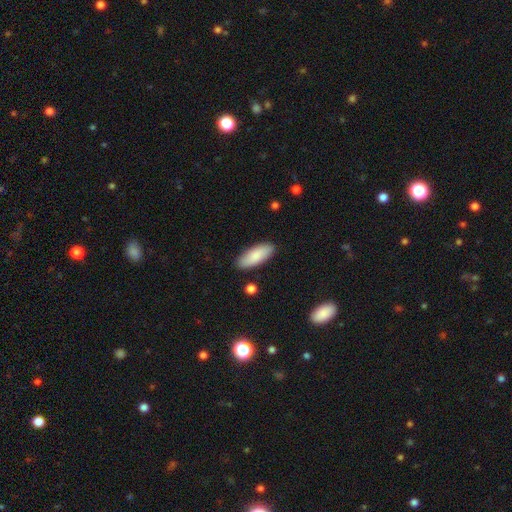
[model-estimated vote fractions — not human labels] Smooth or featured? Predicted: smooth (p=0.85). How rounded? Predicted: in between (p=0.75). Merging? Predicted: none (p=0.88).